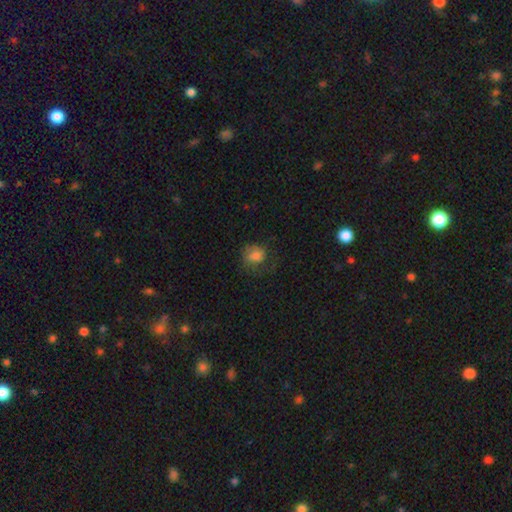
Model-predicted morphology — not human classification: Q: Smooth or featured?
A: smooth (73%); runner-up: featured or disk (17%)
Q: How rounded?
A: round (63%); runner-up: in between (36%)
Q: Merging?
A: none (49%); runner-up: major disturbance (26%)